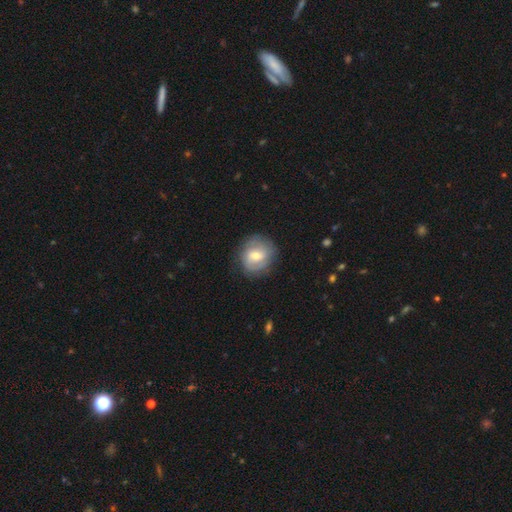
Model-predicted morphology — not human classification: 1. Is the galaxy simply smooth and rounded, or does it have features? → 50% smooth, 43% featured or disk, 7% star or artifact.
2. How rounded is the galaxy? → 80% round, 19% in between, 1% cigar-shaped.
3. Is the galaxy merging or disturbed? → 79% none, 15% minor disturbance, 5% major disturbance, 1% merger.